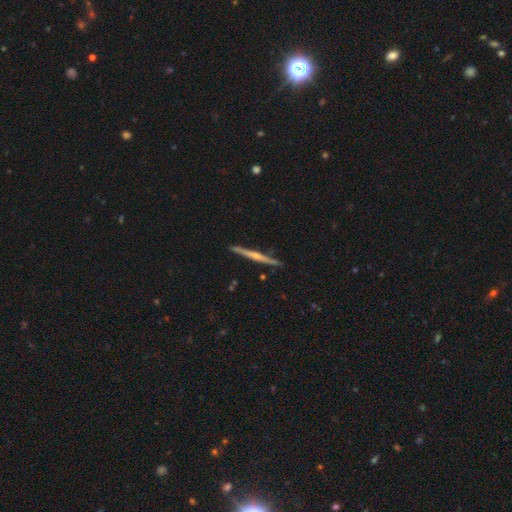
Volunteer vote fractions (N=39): smooth-or-featured: featured or disk: 67% | smooth: 23% | star or artifact: 10%
  disk-edge-on: yes: 100% | no: 0%
    edge-on-bulge: rounded: 73% | none: 27% | boxy: 0%
  merging: none: 94% | minor disturbance: 6% | major disturbance: 0% | merger: 0%